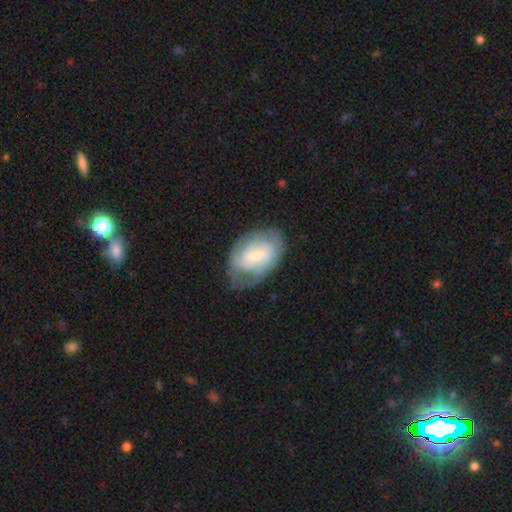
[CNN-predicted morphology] A featured or disk galaxy (67%) with a weak bar (52%), 2 (42%) tight (53%) spiral arms (82%) and a small central bulge (54%). Merging: none (64%).